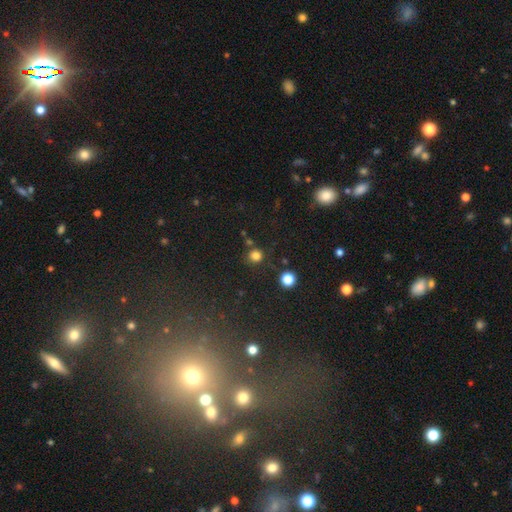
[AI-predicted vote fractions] This is likely a smooth galaxy (78%). How rounded: clearly round (88%). Merging: likely none (77%).